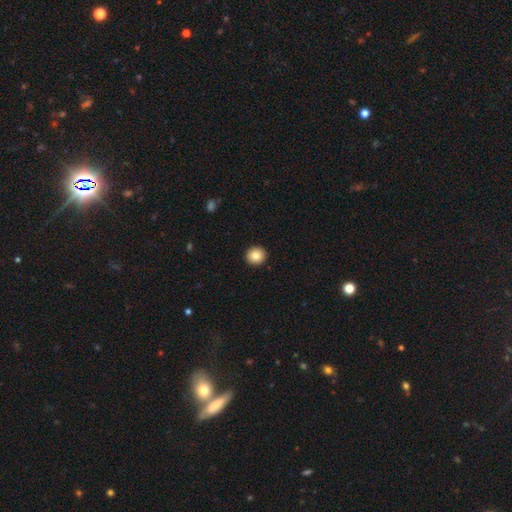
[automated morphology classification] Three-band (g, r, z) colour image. It shows a smooth galaxy with no disk features (85%) that is round (91%). Merging: none (93%).